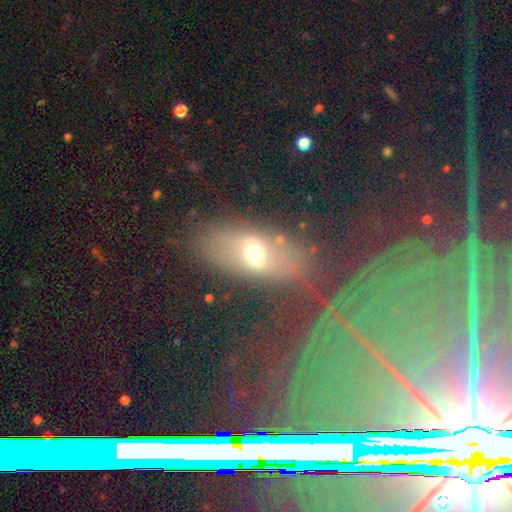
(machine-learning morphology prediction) The model was most divided on "smooth or featured": featured or disk: 47%, smooth: 38%, star or artifact: 14%. More confident: merging — none (73%).